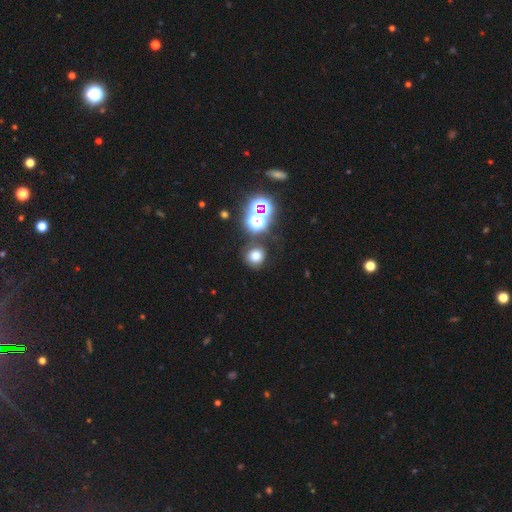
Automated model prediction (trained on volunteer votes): Smooth or featured?
  - smooth: 67% *
  - star or artifact: 25%
  - featured or disk: 8%
How rounded?
  - round: 90% *
  - in between: 9%
  - cigar-shaped: 1%
Merging?
  - none: 80% *
  - minor disturbance: 10%
  - merger: 6%
  - major disturbance: 4%